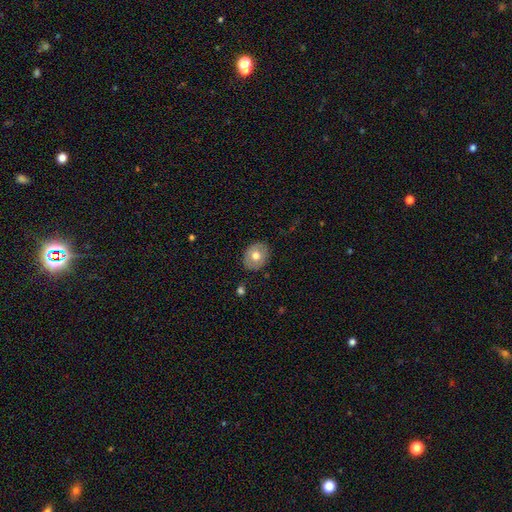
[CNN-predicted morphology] smooth-or-featured: smooth: 66% | featured or disk: 27% | star or artifact: 7%
  how-rounded: round: 54% | in between: 46% | cigar-shaped: 1%
  merging: none: 85% | minor disturbance: 11% | major disturbance: 2% | merger: 1%